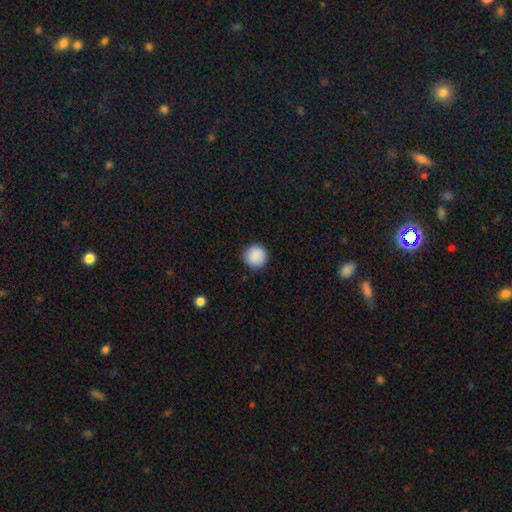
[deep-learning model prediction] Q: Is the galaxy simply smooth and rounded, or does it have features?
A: smooth — 90%.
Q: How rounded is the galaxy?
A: round — 96%.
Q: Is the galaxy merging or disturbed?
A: none — 91%.